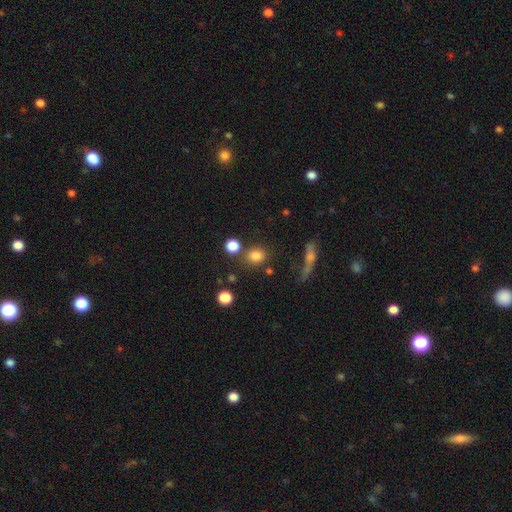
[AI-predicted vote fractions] This appears to be a smooth galaxy with no disk features (80%) that is round (71%). Merging: none (73%).